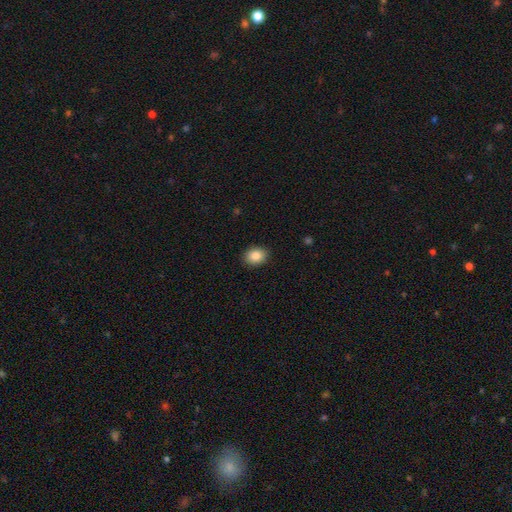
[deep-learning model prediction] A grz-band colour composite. It shows a smooth galaxy with no disk features (86%) that is in between round and cigar-shaped (57%). Merging: none (90%).